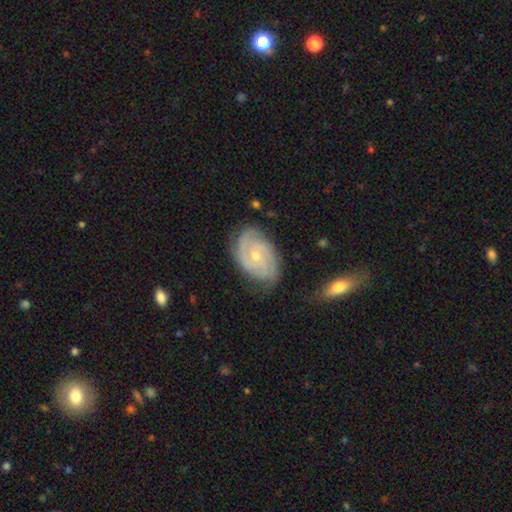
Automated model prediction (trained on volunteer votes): featured or disk 85%, smooth 9%, star or artifact 5%. Down the decision tree: edge-on disk — no (97%); bar — no (68%); spiral arms — yes (96%); spiral arm count — 2 (40%); spiral winding — tight (67%); bulge size — small (58%); merging — none (75%).